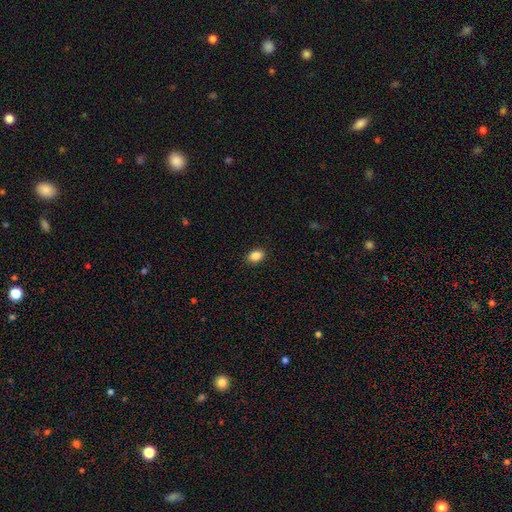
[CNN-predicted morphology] Overall: smooth (86%). How rounded: in between (72%). Merging: none (90%).